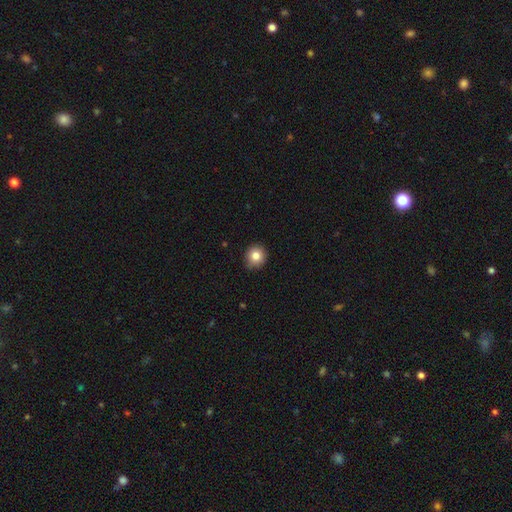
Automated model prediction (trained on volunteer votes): The model was most divided on "how rounded": round: 83%, in between: 16%, cigar-shaped: 1%. More confident: merging — none (84%); smooth or featured — smooth (82%).